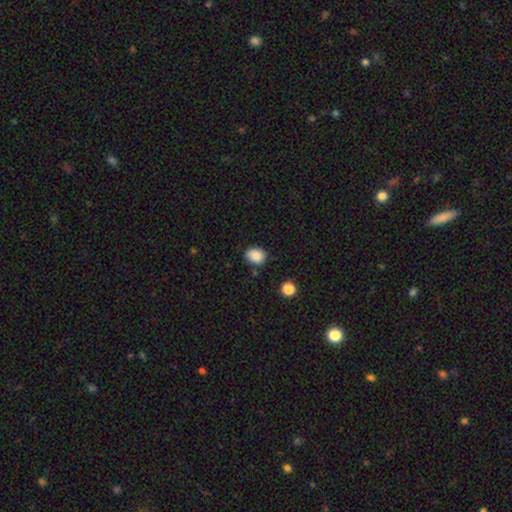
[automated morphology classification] Smooth or featured?
  - smooth: 87% *
  - star or artifact: 9%
  - featured or disk: 4%
How rounded?
  - in between: 54% *
  - round: 45%
  - cigar-shaped: 1%
Merging?
  - none: 79% *
  - minor disturbance: 15%
  - major disturbance: 3%
  - merger: 3%